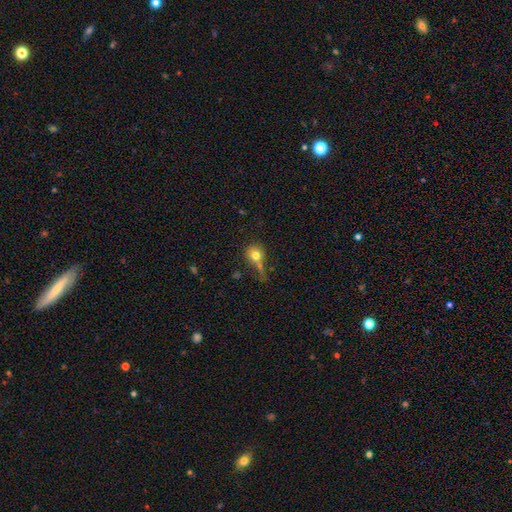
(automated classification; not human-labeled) smooth-or-featured: smooth: 76% | featured or disk: 13% | star or artifact: 12%
  how-rounded: round: 79% | in between: 20% | cigar-shaped: 2%
  merging: none: 42% | merger: 22% | minor disturbance: 18% | major disturbance: 18%